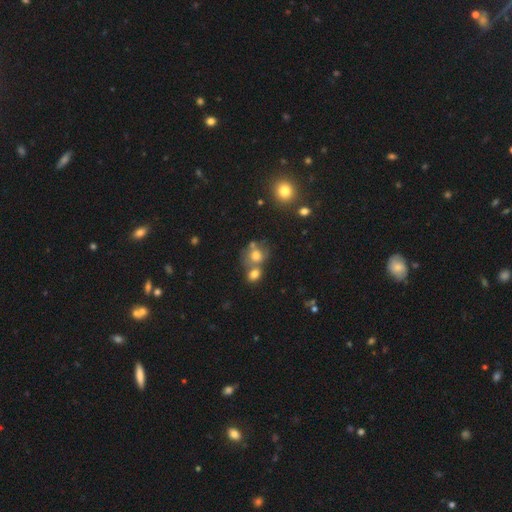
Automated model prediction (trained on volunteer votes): smooth 66%, featured or disk 19%, star or artifact 16%. Down the decision tree: how rounded — round (68%); merging — merger (44%).